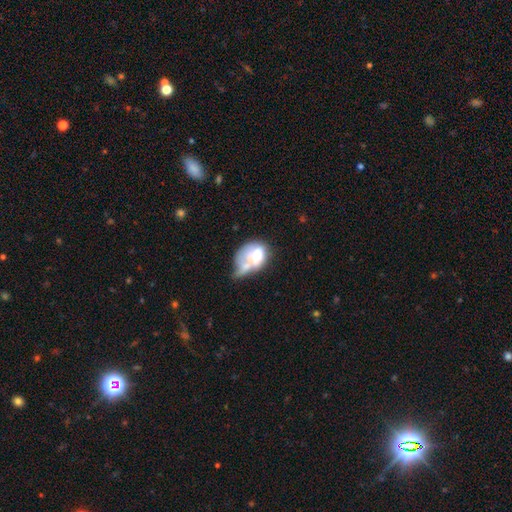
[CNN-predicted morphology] Q: Smooth or featured?
A: smooth (55%); runner-up: featured or disk (36%)
Q: How rounded?
A: in between (66%); runner-up: round (32%)
Q: Merging?
A: merger (43%); runner-up: major disturbance (24%)